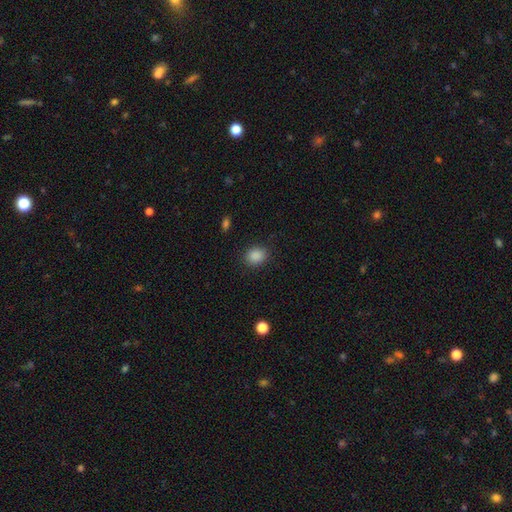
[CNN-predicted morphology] smooth-or-featured: smooth: 88% | star or artifact: 9% | featured or disk: 3%
  how-rounded: round: 57% | in between: 42% | cigar-shaped: 1%
  merging: none: 87% | minor disturbance: 9% | major disturbance: 3% | merger: 1%